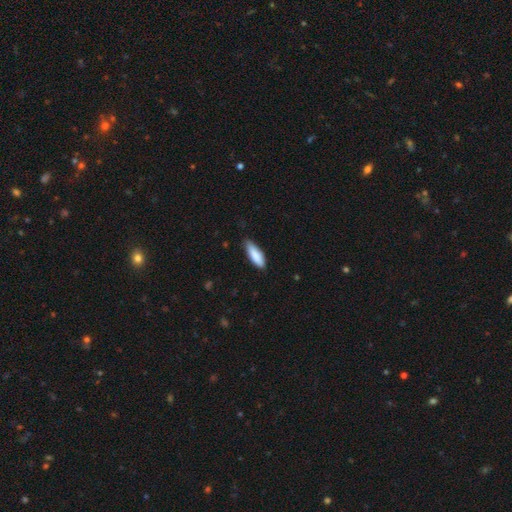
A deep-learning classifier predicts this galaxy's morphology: type=smooth (86%); roundness=in between (56%); merging=none (77%).